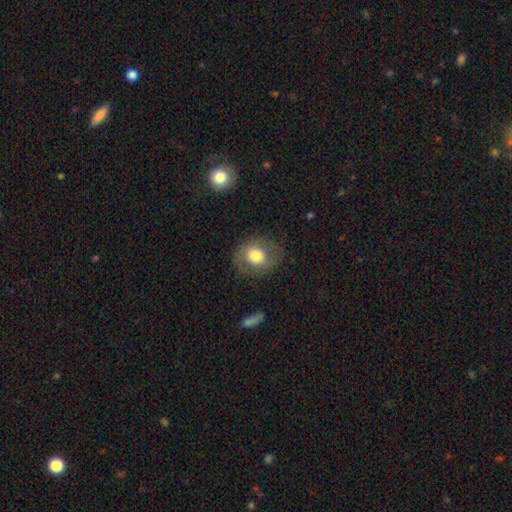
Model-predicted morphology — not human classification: The model was most divided on "how rounded": round: 57%, in between: 42%, cigar-shaped: 1%. More confident: merging — none (77%); smooth or featured — smooth (69%).